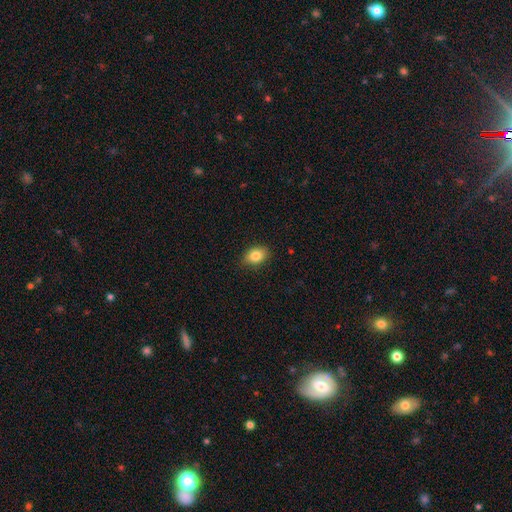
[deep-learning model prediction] This appears to be a smooth galaxy with no disk features (83%) that is in between round and cigar-shaped (77%). Merging: none (84%).